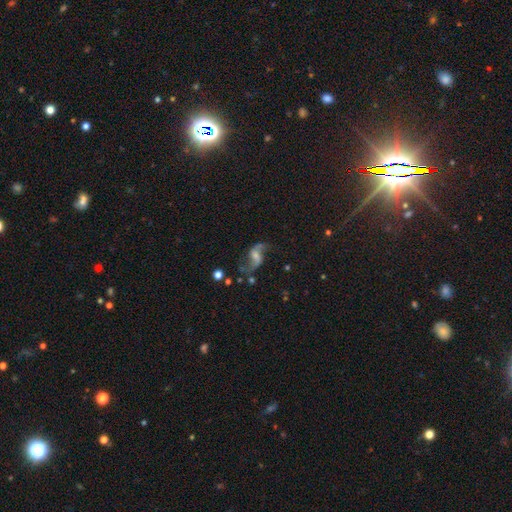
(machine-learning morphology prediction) Smooth or featured?
  - featured or disk: 84% *
  - star or artifact: 9%
  - smooth: 7%
Edge-on disk?
  - no: 97% *
  - yes: 3%
Bar?
  - weak: 46% *
  - no: 36%
  - strong: 18%
Spiral arms?
  - yes: 95% *
  - no: 5%
Spiral winding?
  - loose: 79% *
  - medium: 18%
  - tight: 3%
Spiral arm count?
  - 2: 92% *
  - 1: 3%
  - can't tell: 2%
  - 3: 1%
  - 4: 1%
  - more than 4: 1%
Bulge size?
  - small: 40% *
  - moderate: 35%
  - none: 17%
  - large: 6%
  - dominant: 2%
Merging?
  - none: 71% *
  - minor disturbance: 15%
  - major disturbance: 10%
  - merger: 4%